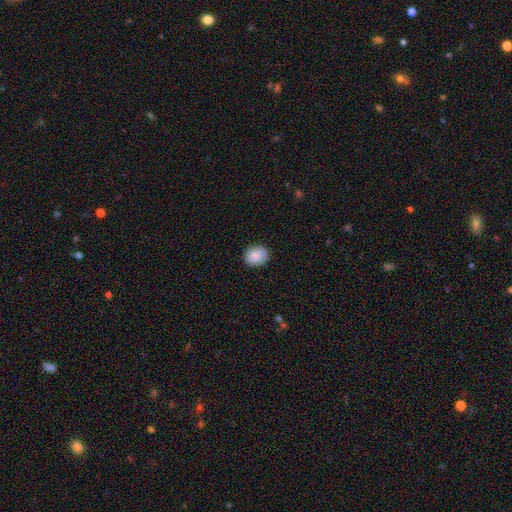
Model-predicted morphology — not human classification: smooth-or-featured: smooth: 87% | star or artifact: 7% | featured or disk: 6%
  how-rounded: in between: 51% | round: 48% | cigar-shaped: 1%
  merging: none: 85% | minor disturbance: 12% | major disturbance: 2% | merger: 1%